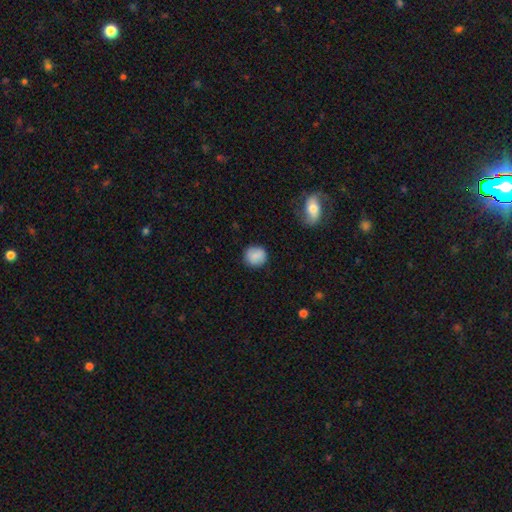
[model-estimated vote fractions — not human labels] smooth 86%, star or artifact 8%, featured or disk 6%. Down the decision tree: how rounded — round (84%); merging — none (85%).